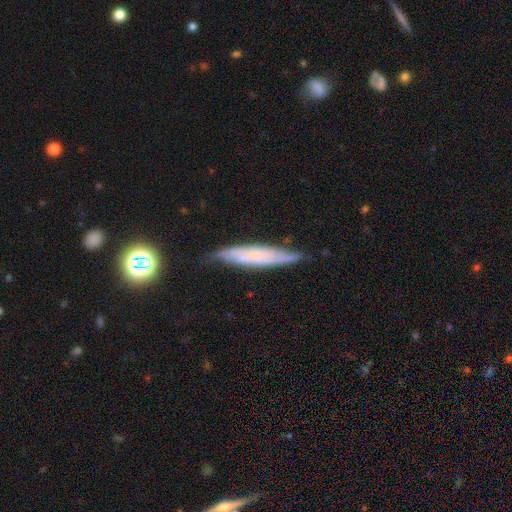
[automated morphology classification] This is possibly a featured or disk galaxy (54%). It is likely viewed edge-on (61%). Merging: likely none (73%).